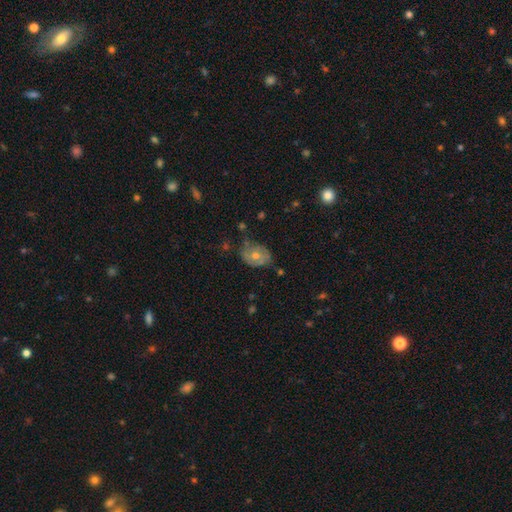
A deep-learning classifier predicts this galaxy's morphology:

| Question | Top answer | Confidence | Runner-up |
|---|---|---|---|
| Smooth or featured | featured or disk | 61% | smooth (27%) |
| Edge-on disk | no | 96% | yes (4%) |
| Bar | no | 77% | weak (19%) |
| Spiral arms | yes | 71% | no (29%) |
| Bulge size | moderate | 65% | small (30%) |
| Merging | none | 60% | minor disturbance (26%) |